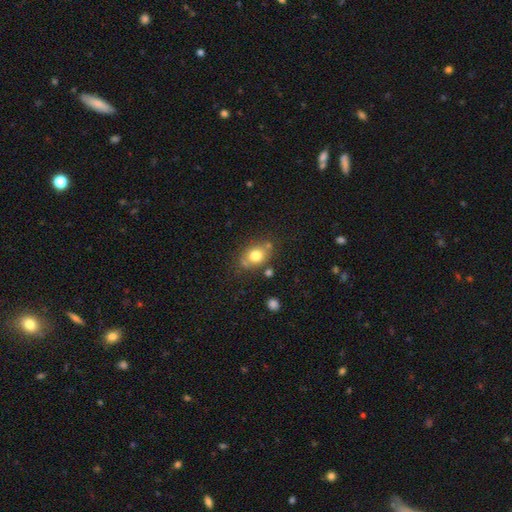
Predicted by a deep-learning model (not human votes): smooth_or_featured: smooth (p=0.76) [alt: featured or disk p=0.13]
how_rounded: round (p=0.52) [alt: in between p=0.47]
merging: none (p=0.67) [alt: minor disturbance p=0.17]